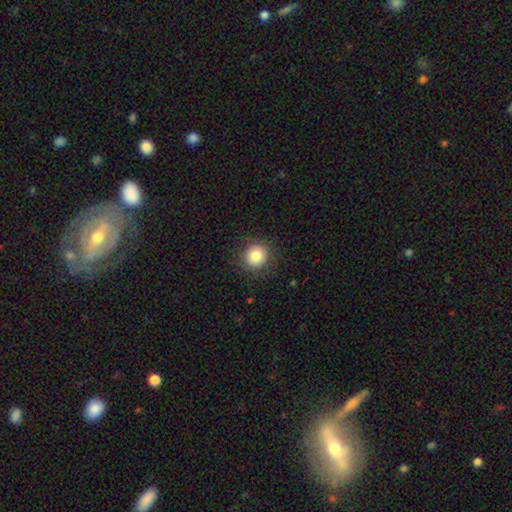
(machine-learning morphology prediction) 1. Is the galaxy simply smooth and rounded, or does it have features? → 83% smooth, 10% star or artifact, 7% featured or disk.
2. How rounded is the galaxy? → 91% round, 9% in between, 1% cigar-shaped.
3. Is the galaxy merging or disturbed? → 88% none, 8% minor disturbance, 3% major disturbance, 1% merger.